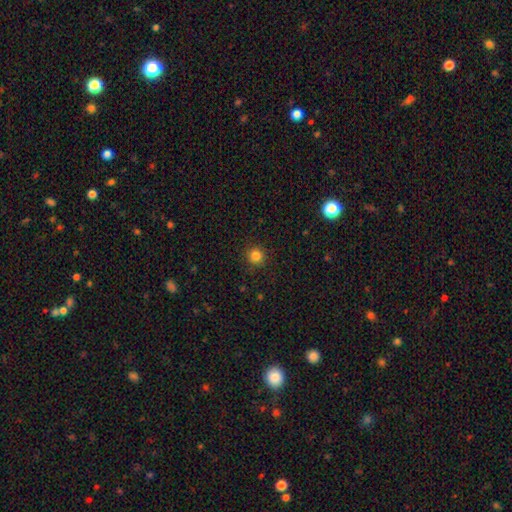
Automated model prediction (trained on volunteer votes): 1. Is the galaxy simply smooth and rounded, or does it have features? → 83% smooth, 13% star or artifact, 4% featured or disk.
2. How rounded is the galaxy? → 94% round, 5% in between, 1% cigar-shaped.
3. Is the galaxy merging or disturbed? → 91% none, 6% minor disturbance, 2% major disturbance, 1% merger.